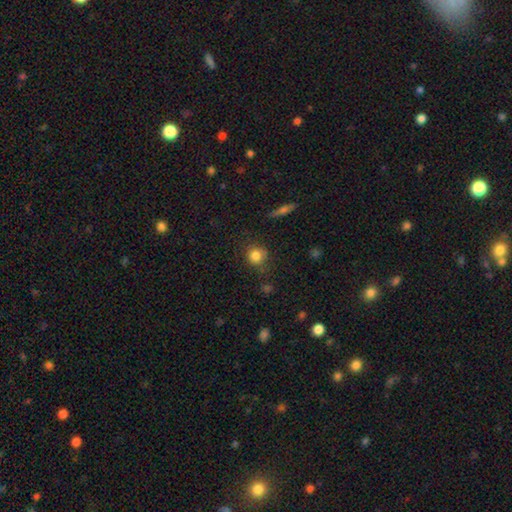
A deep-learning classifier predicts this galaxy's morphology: smooth-or-featured: smooth: 83% | star or artifact: 10% | featured or disk: 7%
  how-rounded: round: 88% | in between: 10% | cigar-shaped: 1%
  merging: none: 76% | minor disturbance: 16% | major disturbance: 5% | merger: 3%